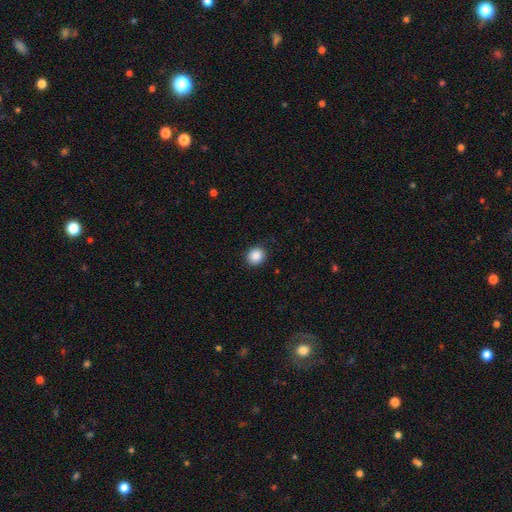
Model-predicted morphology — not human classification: Smooth or featured? smooth (88%)
How rounded? round (80%)
Merging? none (90%)